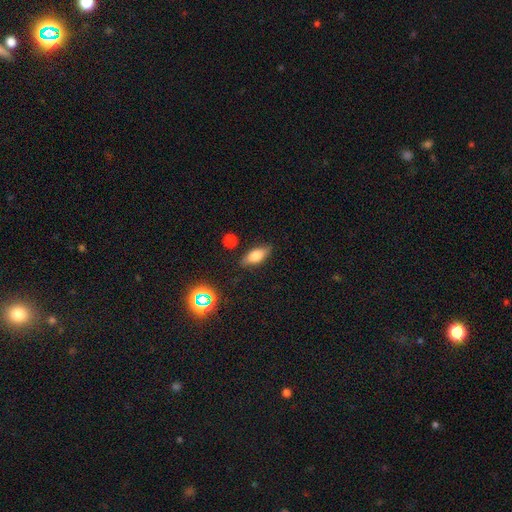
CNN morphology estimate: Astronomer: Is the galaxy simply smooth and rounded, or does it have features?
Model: smooth — 65%.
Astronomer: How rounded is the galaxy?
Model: in between — 74%.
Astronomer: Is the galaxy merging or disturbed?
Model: none — 82%.